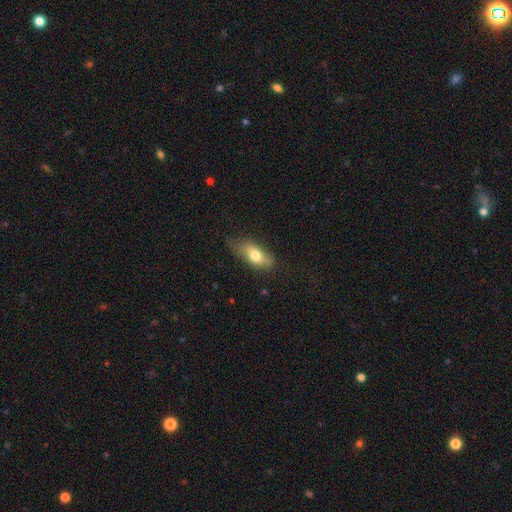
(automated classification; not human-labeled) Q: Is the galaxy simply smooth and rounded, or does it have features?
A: smooth — 72%.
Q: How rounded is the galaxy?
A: in between — 83%.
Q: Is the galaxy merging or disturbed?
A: none — 52%.